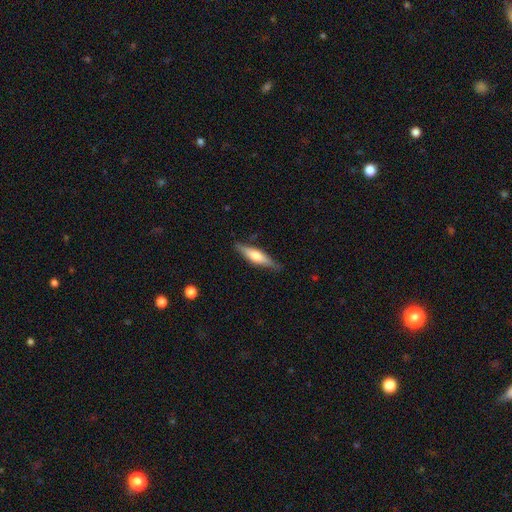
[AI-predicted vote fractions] A featured or disk galaxy (50%) viewed edge-on (93%).

Vote fractions:
- Smooth or featured? featured or disk: 50% / smooth: 44% / star or artifact: 6%
- Edge-on disk? yes: 93% / no: 7%
- Merging? none: 83% / minor disturbance: 13% / major disturbance: 2% / merger: 1%